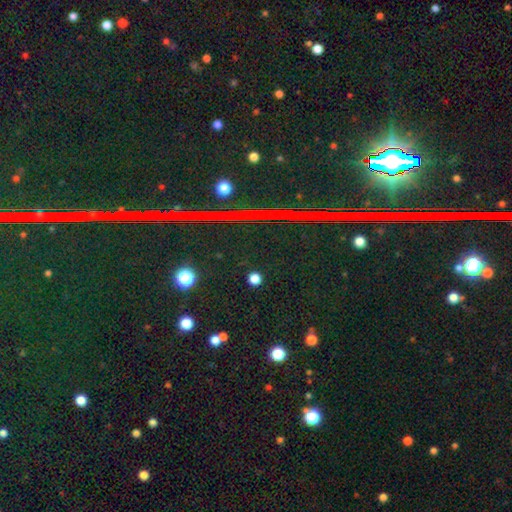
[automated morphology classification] star or artifact 84%, featured or disk 9%, smooth 8%.